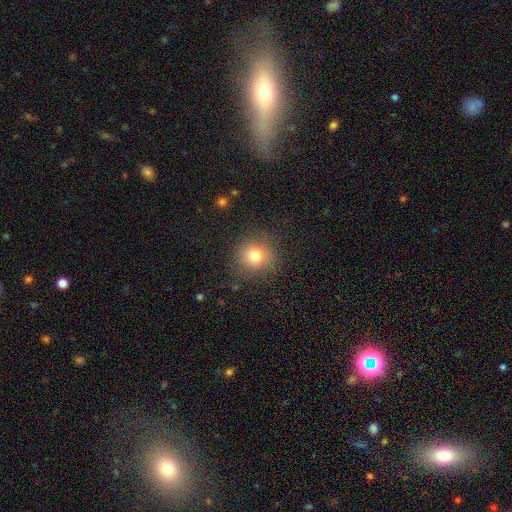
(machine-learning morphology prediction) The model was most divided on "smooth or featured": smooth: 77%, star or artifact: 14%, featured or disk: 9%. More confident: how rounded — round (89%); merging — none (84%).